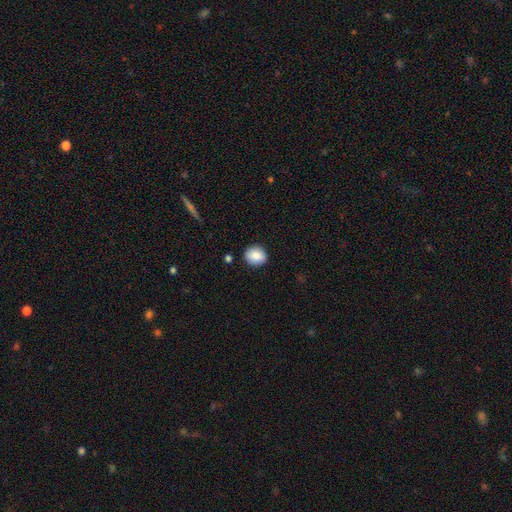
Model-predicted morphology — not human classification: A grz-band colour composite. It shows a smooth galaxy with no disk features (87%) that is round (69%). Merging: none (88%).